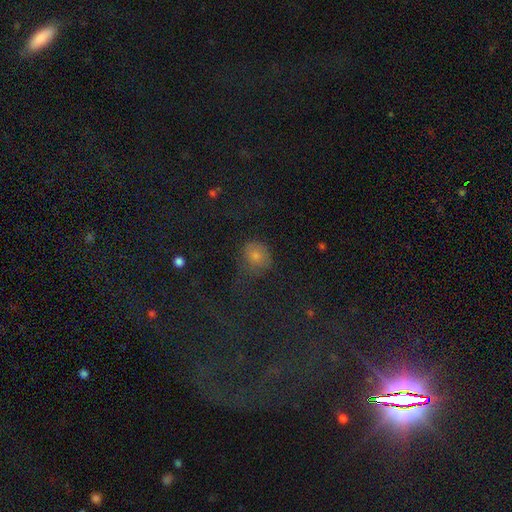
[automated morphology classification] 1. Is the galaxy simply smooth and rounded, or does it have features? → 72% smooth, 16% star or artifact, 12% featured or disk.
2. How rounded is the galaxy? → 72% round, 26% in between, 1% cigar-shaped.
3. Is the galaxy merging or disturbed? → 52% none, 25% minor disturbance, 20% major disturbance, 3% merger.